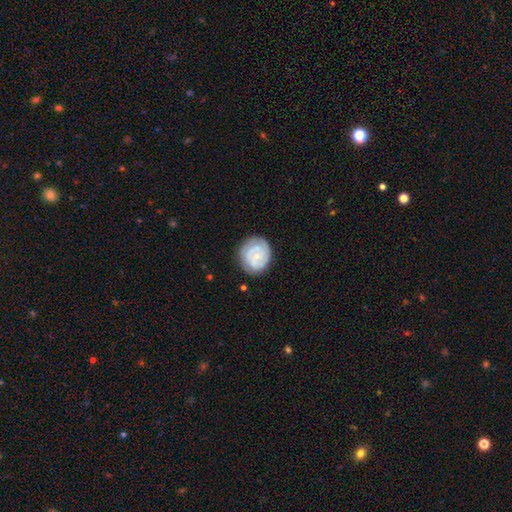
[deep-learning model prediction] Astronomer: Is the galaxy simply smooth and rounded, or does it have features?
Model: featured or disk — 54% (runner-up: smooth, 40%).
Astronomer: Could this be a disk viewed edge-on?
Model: no — 98%.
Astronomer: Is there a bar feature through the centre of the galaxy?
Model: no — 75%.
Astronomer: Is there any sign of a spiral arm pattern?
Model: yes — 72%.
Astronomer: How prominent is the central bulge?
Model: small — 70%.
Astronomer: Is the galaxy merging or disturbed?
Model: none — 74%.